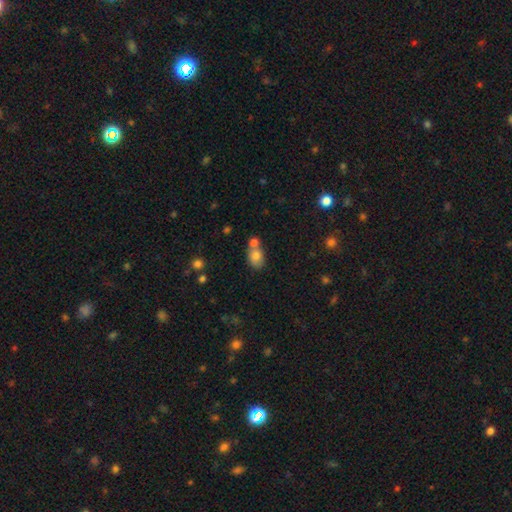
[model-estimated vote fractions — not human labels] smooth_or_featured: smooth (p=0.79) [alt: featured or disk p=0.12]
how_rounded: in between (p=0.75) [alt: round p=0.24]
merging: none (p=0.44) [alt: merger p=0.40]